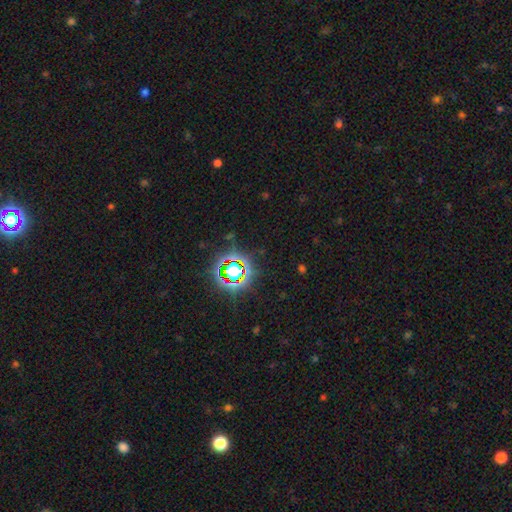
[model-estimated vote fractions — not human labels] The model was most divided on "smooth or featured": star or artifact: 77%, smooth: 14%, featured or disk: 8%.